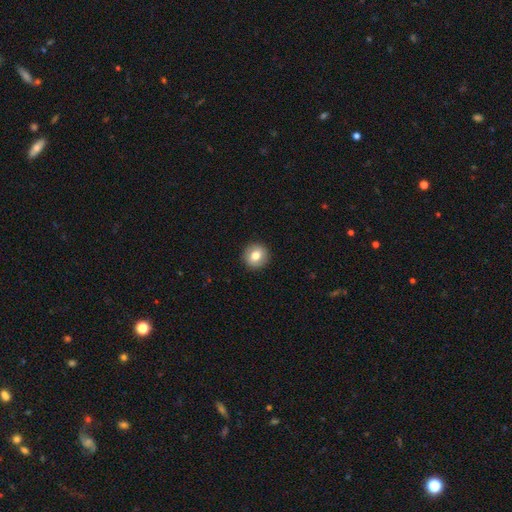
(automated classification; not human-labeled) The model was most divided on "smooth or featured": smooth: 78%, featured or disk: 14%, star or artifact: 9%. More confident: merging — none (92%); how rounded — round (91%).